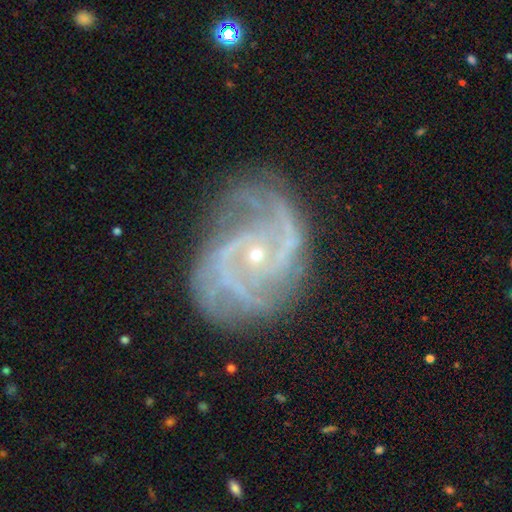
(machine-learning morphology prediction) This is clearly a featured or disk galaxy (90%). It is clearly not viewed edge-on (98%). Bar: likely no (62%). Spiral arm pattern: clearly yes (98%). Spiral arm count: marginally 2 (44%). Spiral winding: possibly medium (50%). Central bulge: clearly small (83%). Merging: likely none (71%).